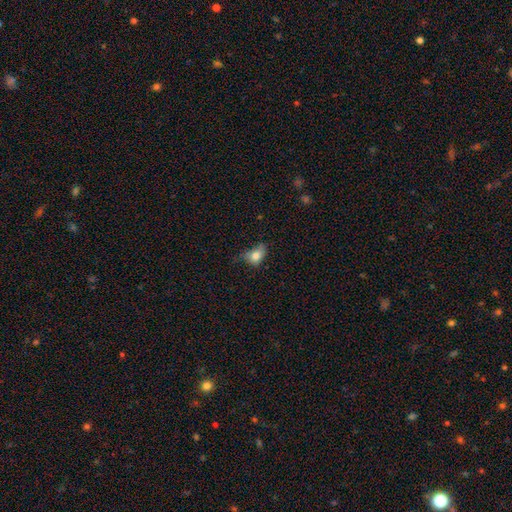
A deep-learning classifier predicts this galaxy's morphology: Smooth or featured: smooth — 78% (featured or disk — 13%)
How rounded: in between — 73% (round — 25%)
Merging: minor disturbance — 41% (none — 32%)